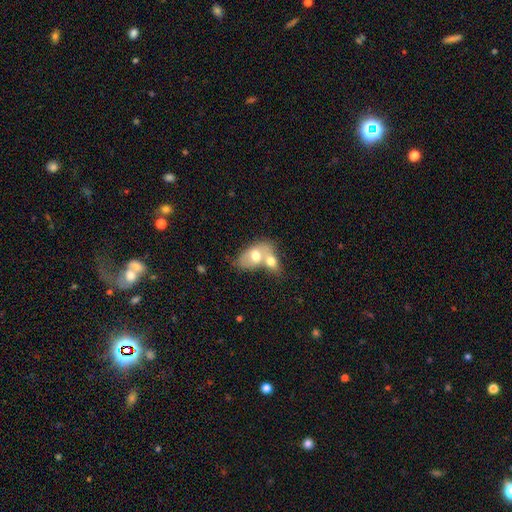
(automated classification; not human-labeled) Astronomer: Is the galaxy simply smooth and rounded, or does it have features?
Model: smooth — 64%.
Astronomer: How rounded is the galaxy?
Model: in between — 86%.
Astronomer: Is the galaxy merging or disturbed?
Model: merger — 71%.